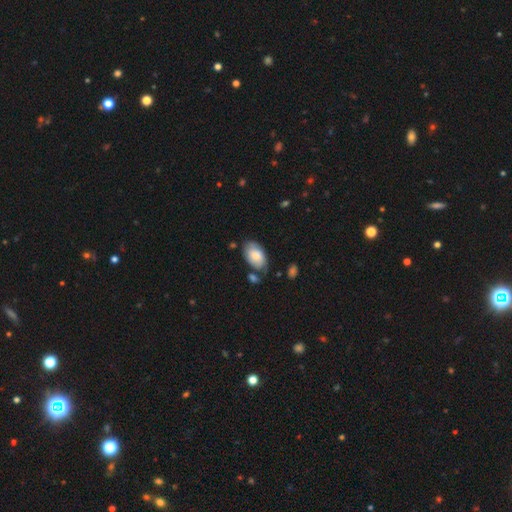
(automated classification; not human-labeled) This is likely a smooth galaxy (71%). How rounded: clearly in between (92%). Merging: likely none (61%).